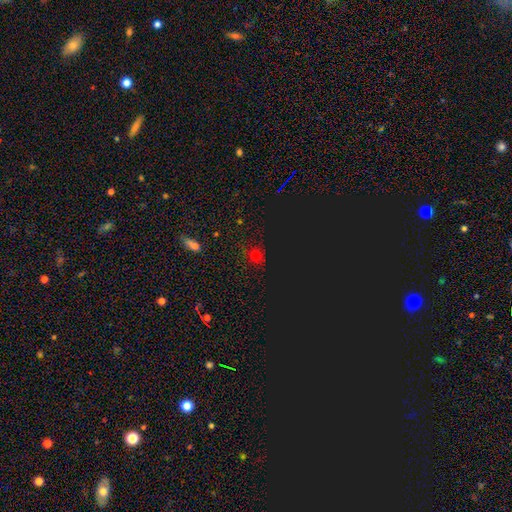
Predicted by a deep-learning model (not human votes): A smooth galaxy with no disk features (48%). Merging: none (80%).